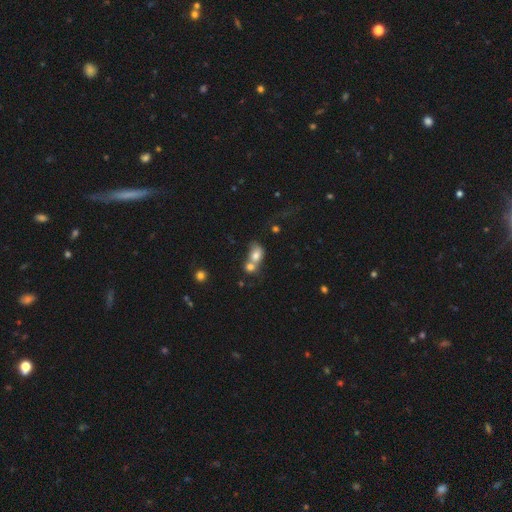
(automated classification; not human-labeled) A smooth galaxy with no disk features (73%) that is in between round and cigar-shaped (61%). Merging: merger (66%).